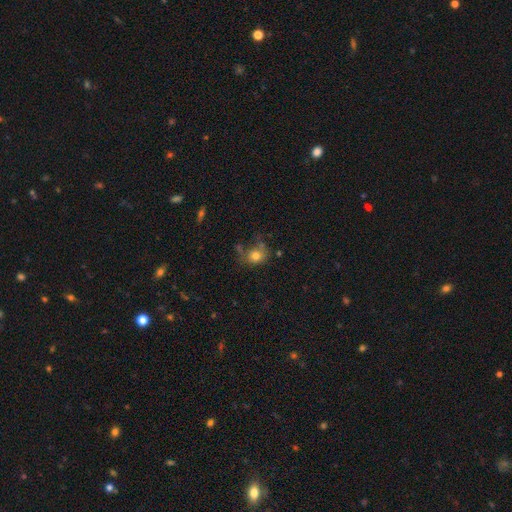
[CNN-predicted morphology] Overall: smooth (75%). How rounded: round (60%; in between 39%). Merging: none (48%; minor disturbance 25%).